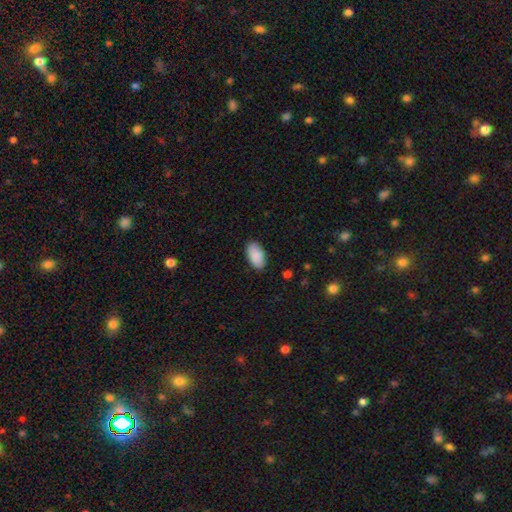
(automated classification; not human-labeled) Smooth or featured: smooth — 90% (star or artifact — 6%)
How rounded: in between — 95% (cigar-shaped — 3%)
Merging: none — 86% (minor disturbance — 11%)